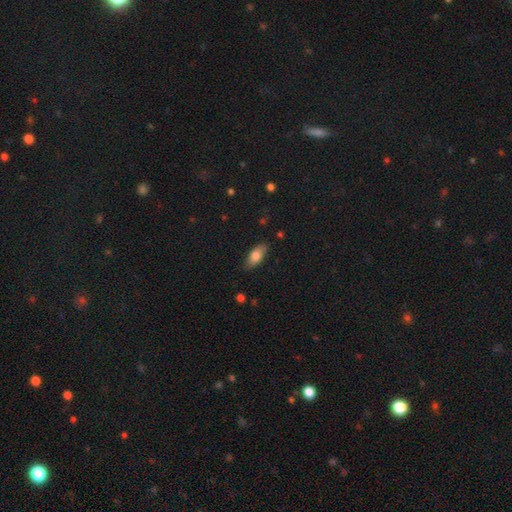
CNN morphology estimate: This is likely a smooth galaxy (79%). How rounded: clearly in between (84%). Merging: clearly none (83%).